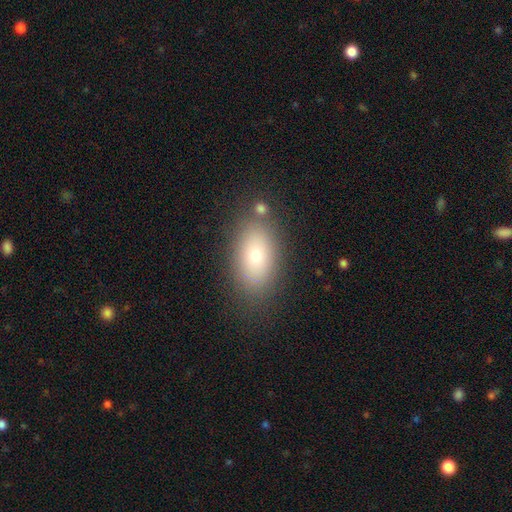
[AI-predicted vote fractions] Overall: smooth (71%). How rounded: in between (88%). Merging: none (79%).